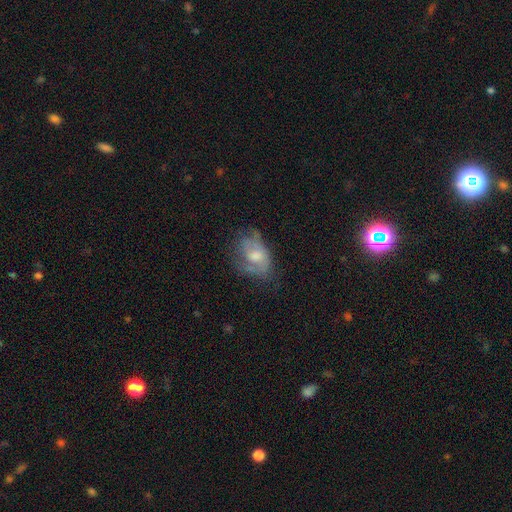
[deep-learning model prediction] Smooth or featured?
  - featured or disk: 52% *
  - smooth: 39%
  - star or artifact: 8%
Edge-on disk?
  - no: 96% *
  - yes: 4%
Merging?
  - none: 45% *
  - minor disturbance: 29%
  - major disturbance: 23%
  - merger: 3%